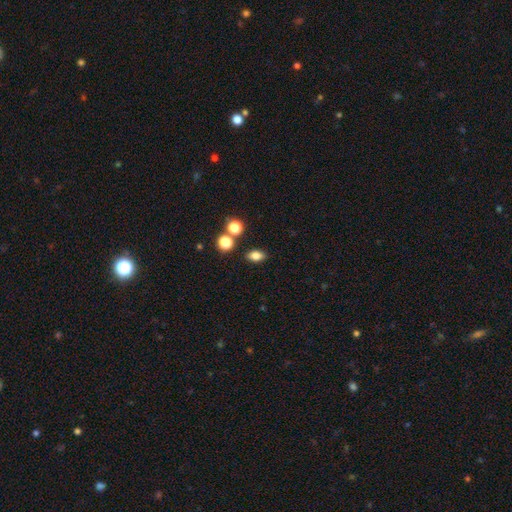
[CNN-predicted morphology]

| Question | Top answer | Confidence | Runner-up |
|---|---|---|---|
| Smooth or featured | smooth | 79% | star or artifact (12%) |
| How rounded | in between | 80% | round (18%) |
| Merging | none | 82% | minor disturbance (9%) |